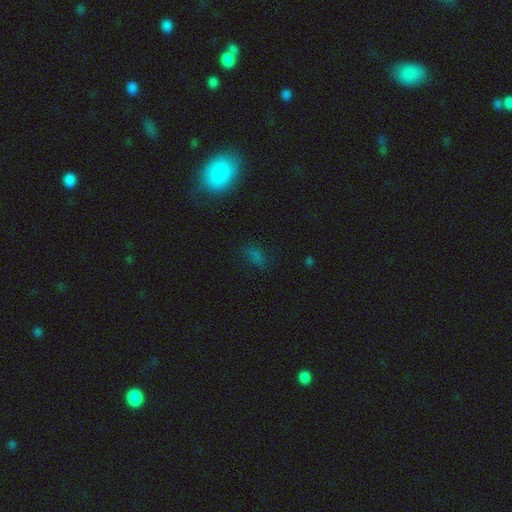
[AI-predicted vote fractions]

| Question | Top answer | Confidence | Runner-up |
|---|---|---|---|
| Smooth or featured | smooth | 67% | star or artifact (23%) |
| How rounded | in between | 82% | round (11%) |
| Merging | none | 71% | minor disturbance (18%) |